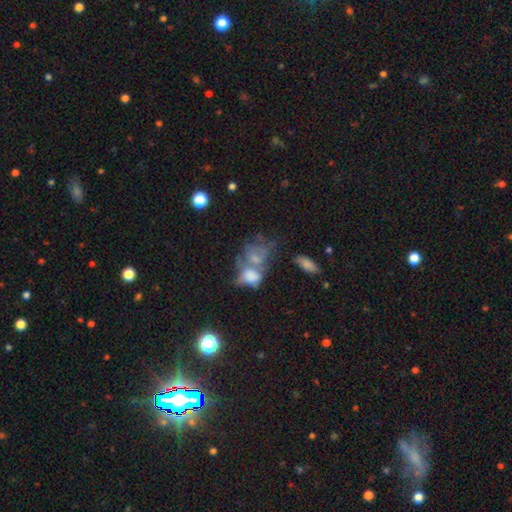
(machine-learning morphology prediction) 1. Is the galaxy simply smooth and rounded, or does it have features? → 54% smooth, 34% featured or disk, 13% star or artifact.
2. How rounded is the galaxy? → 63% in between, 35% round, 2% cigar-shaped.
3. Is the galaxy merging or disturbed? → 58% merger, 17% none, 15% major disturbance, 11% minor disturbance.